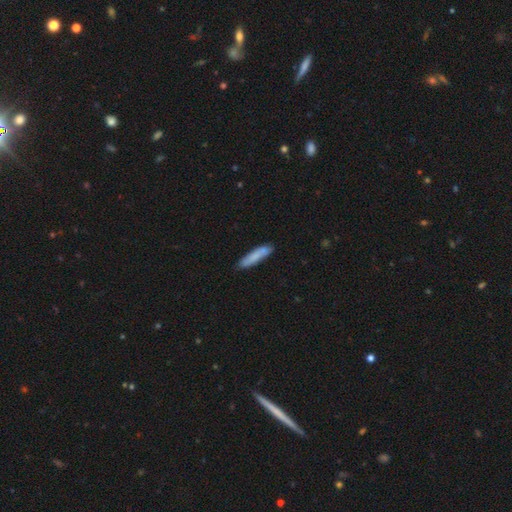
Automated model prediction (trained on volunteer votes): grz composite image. It shows a smooth galaxy with no disk features (78%) that is cigar-shaped (84%). Merging: none (81%).